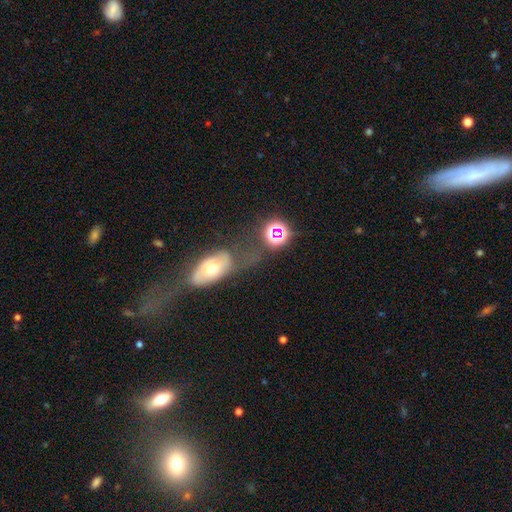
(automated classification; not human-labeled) smooth-or-featured: featured or disk: 54% | smooth: 34% | star or artifact: 13%
  disk-edge-on: no: 79% | yes: 21%
  merging: none: 38% | major disturbance: 30% | minor disturbance: 18% | merger: 14%